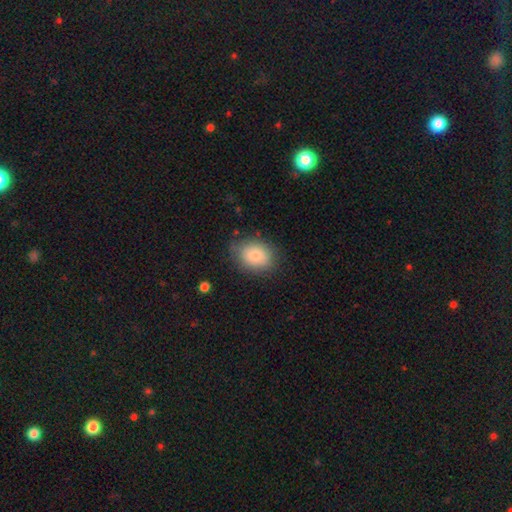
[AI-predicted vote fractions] A smooth galaxy with no disk features (85%) that is in between round and cigar-shaped (63%).

Vote fractions:
- Smooth or featured? smooth: 85% / featured or disk: 8% / star or artifact: 7%
- How rounded? in between: 63% / round: 36% / cigar-shaped: 1%
- Merging? none: 78% / minor disturbance: 15% / major disturbance: 5% / merger: 2%